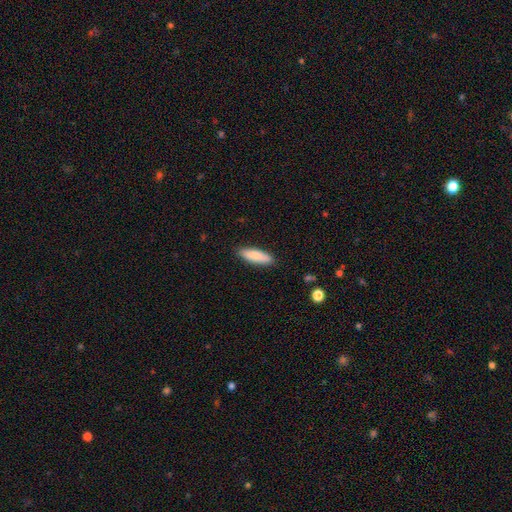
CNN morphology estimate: This is clearly a smooth galaxy (85%). How rounded: possibly cigar-shaped (55%). Merging: clearly none (88%).